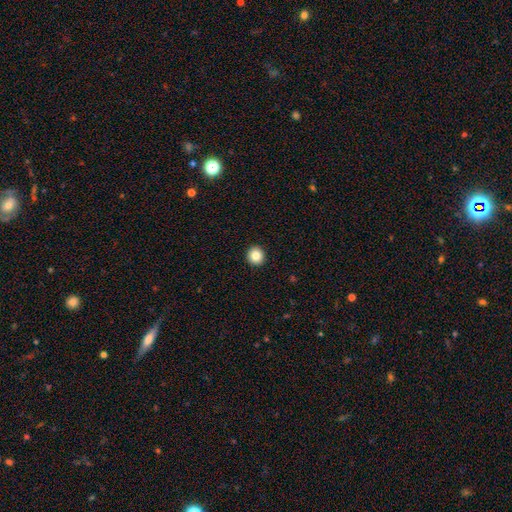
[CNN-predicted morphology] smooth 84%, star or artifact 10%, featured or disk 6%. Down the decision tree: how rounded — round (91%); merging — none (94%).